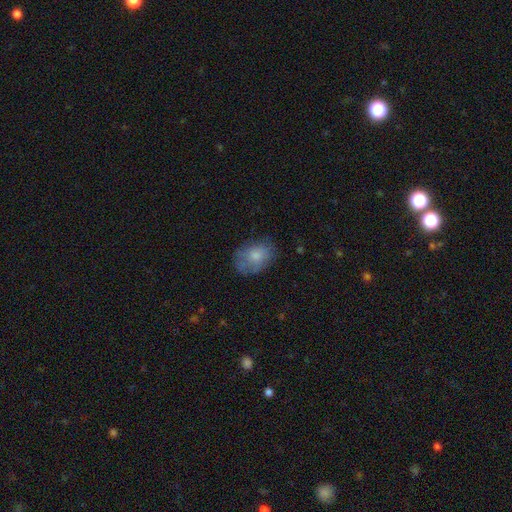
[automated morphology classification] This appears to be a smooth galaxy with no disk features (74%) that is in between round and cigar-shaped (75%). Merging: none (65%).